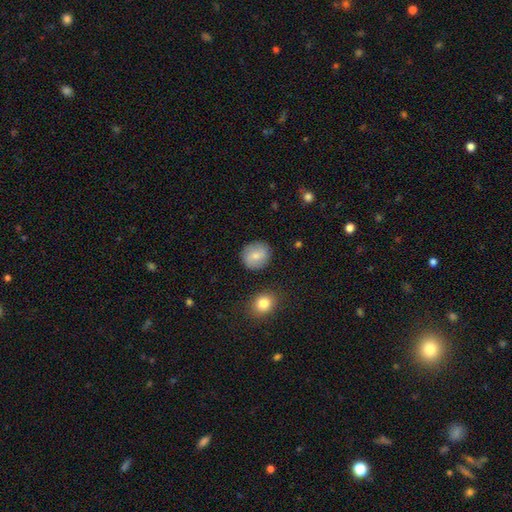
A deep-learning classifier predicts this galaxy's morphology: Q: Smooth or featured?
A: smooth (75%); runner-up: featured or disk (17%)
Q: How rounded?
A: round (82%); runner-up: in between (17%)
Q: Merging?
A: none (86%); runner-up: minor disturbance (9%)